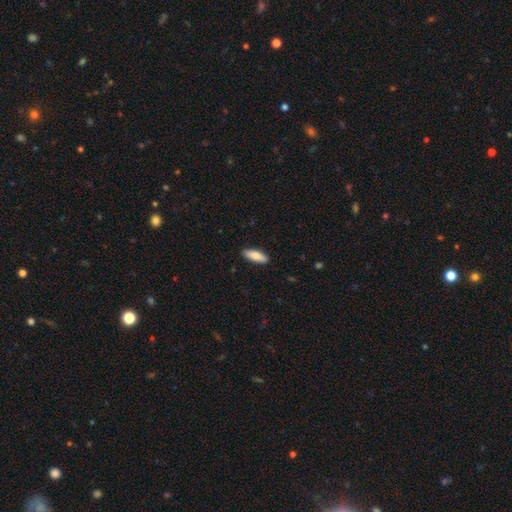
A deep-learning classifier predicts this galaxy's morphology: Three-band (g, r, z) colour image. It shows a smooth galaxy with no disk features (84%) that is in between round and cigar-shaped (65%). Merging: none (90%).